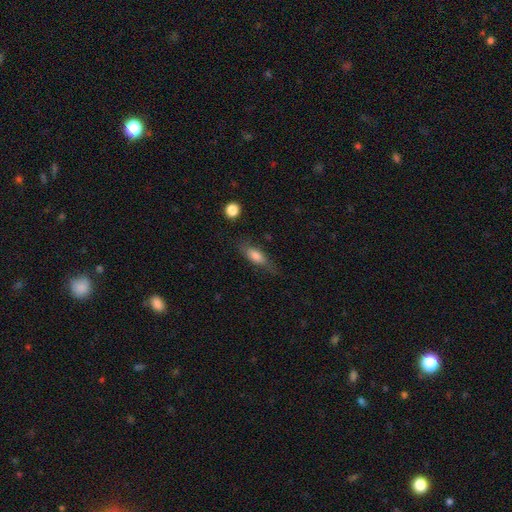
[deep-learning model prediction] The model was most divided on "how rounded": in between: 64%, cigar-shaped: 31%, round: 4%. More confident: smooth or featured — smooth (71%); merging — none (64%).